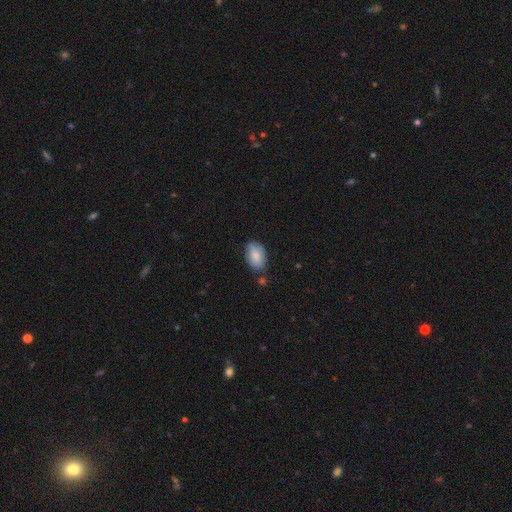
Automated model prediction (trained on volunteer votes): This appears to be a smooth galaxy with no disk features (84%) that is in between round and cigar-shaped (92%). Merging: none (69%).